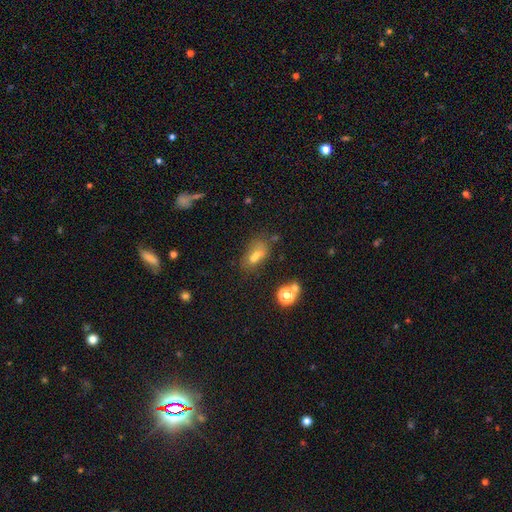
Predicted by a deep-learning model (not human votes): A smooth galaxy with no disk features (60%) that is in between round and cigar-shaped (71%). Merging: merger (40%).